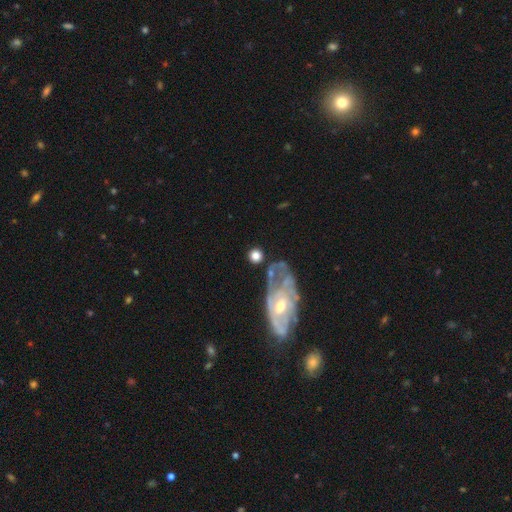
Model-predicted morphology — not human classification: A smooth galaxy with no disk features (65%) that is round (77%).

Vote fractions:
- Smooth or featured? smooth: 65% / featured or disk: 26% / star or artifact: 9%
- How rounded? round: 77% / in between: 20% / cigar-shaped: 2%
- Merging? none: 58% / merger: 16% / minor disturbance: 15% / major disturbance: 12%